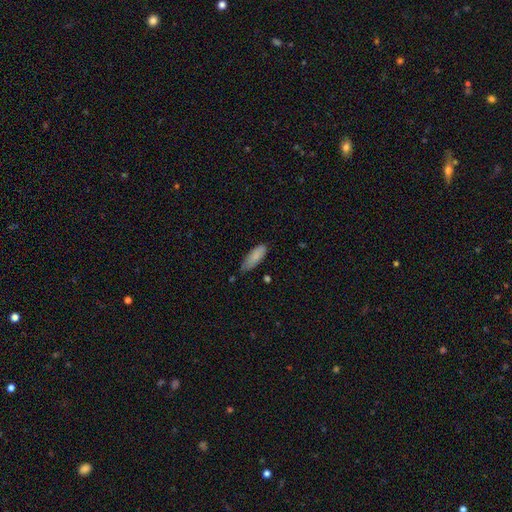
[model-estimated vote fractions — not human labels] Smooth or featured? smooth (84%)
How rounded? in between (64%)
Merging? none (64%)